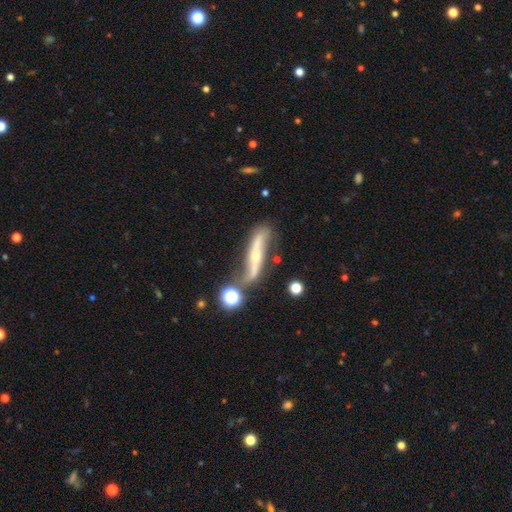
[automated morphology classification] smooth_or_featured: featured or disk (p=0.78) [alt: smooth p=0.15]
disk_edge_on: no (p=0.55) [alt: yes p=0.45]
merging: none (p=0.57) [alt: minor disturbance p=0.22]